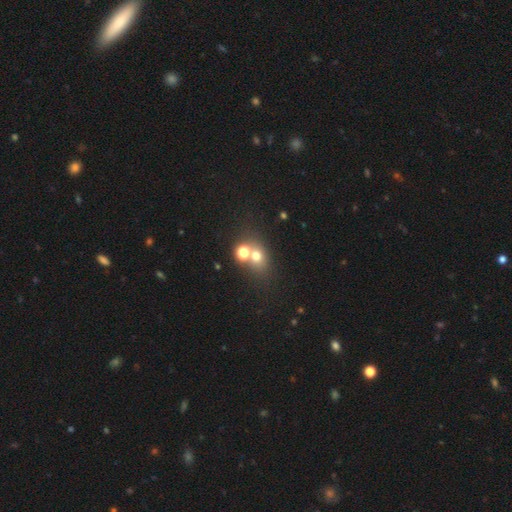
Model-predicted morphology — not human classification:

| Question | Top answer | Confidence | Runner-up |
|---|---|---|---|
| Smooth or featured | smooth | 65% | star or artifact (20%) |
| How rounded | round | 63% | in between (36%) |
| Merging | none | 47% | merger (39%) |